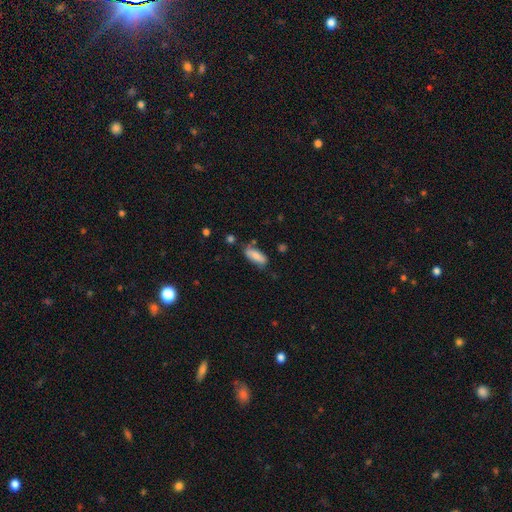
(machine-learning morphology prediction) Smooth or featured? Predicted: smooth (p=0.84). How rounded? Predicted: in between (p=0.71). Merging? Predicted: none (p=0.69).